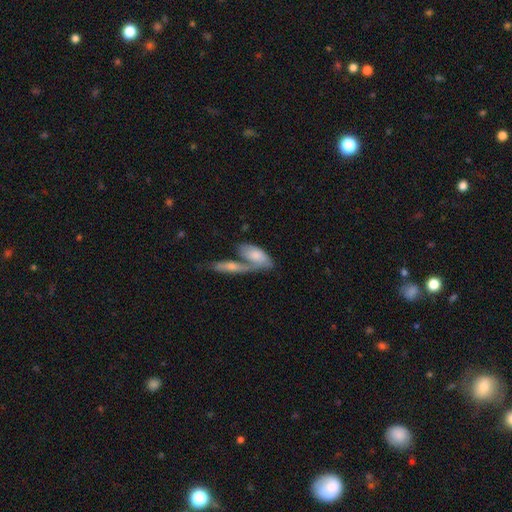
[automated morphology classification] Smooth or featured?
  - smooth: 64% *
  - featured or disk: 30%
  - star or artifact: 6%
How rounded?
  - in between: 81% *
  - cigar-shaped: 16%
  - round: 3%
Merging?
  - merger: 58% *
  - none: 24%
  - minor disturbance: 10%
  - major disturbance: 8%